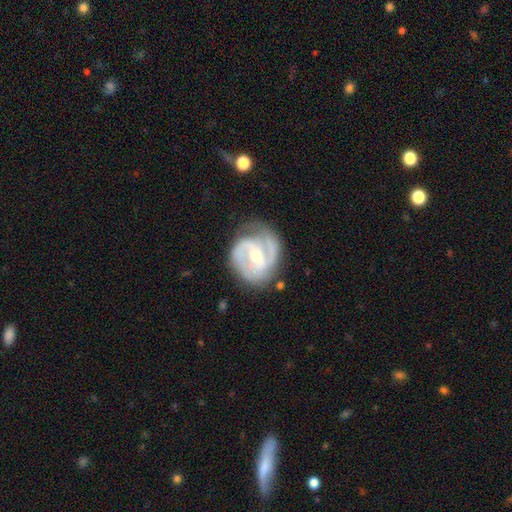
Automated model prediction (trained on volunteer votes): Smooth or featured: featured or disk — 87% (smooth — 8%)
Edge-on disk: no — 97% (yes — 3%)
Bar: weak — 44% (strong — 29%)
Spiral arms: yes — 95% (no — 5%)
Spiral winding: tight — 45% (medium — 42%)
Spiral arm count: 2 — 69% (can't tell — 11%)
Bulge size: moderate — 50% (small — 48%)
Merging: none — 65% (minor disturbance — 22%)